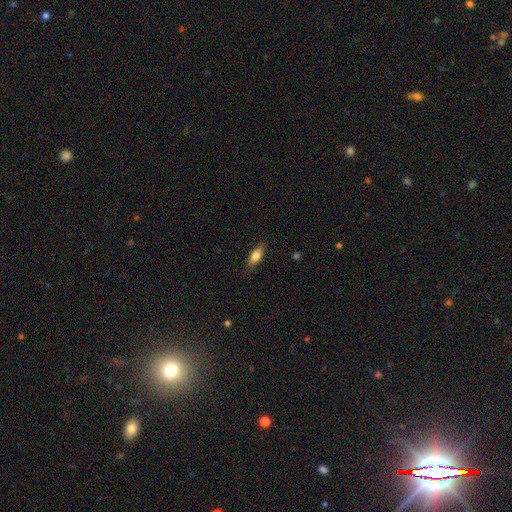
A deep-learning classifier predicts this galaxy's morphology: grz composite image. It shows a smooth galaxy with no disk features (78%) that is in between round and cigar-shaped (70%). Merging: none (82%).